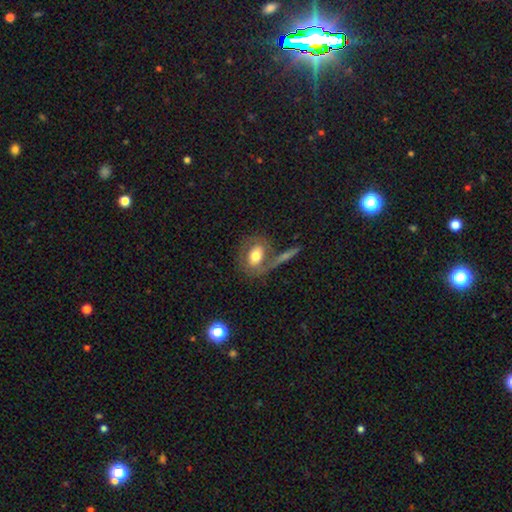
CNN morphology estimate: Q: Smooth or featured?
A: smooth (58%); runner-up: featured or disk (33%)
Q: How rounded?
A: in between (66%); runner-up: round (31%)
Q: Merging?
A: none (53%); runner-up: merger (19%)